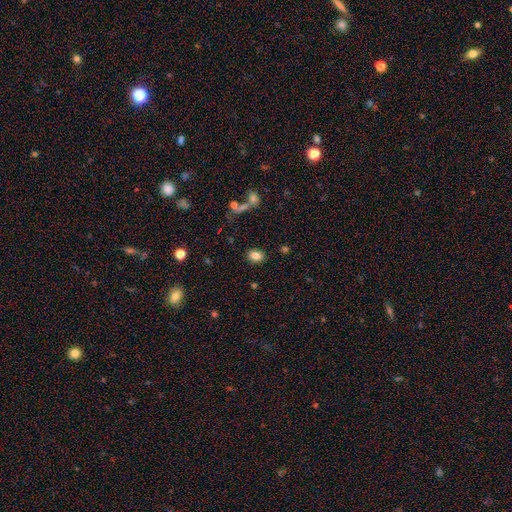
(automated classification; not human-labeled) The model was most divided on "how rounded": in between: 68%, round: 30%, cigar-shaped: 1%. More confident: merging — none (86%); smooth or featured — smooth (82%).